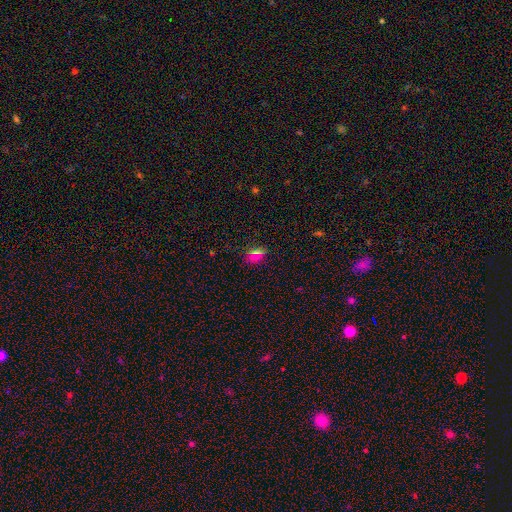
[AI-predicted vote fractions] Q: Smooth or featured?
A: smooth (61%); runner-up: star or artifact (30%)
Q: How rounded?
A: in between (54%); runner-up: round (39%)
Q: Merging?
A: none (81%); runner-up: minor disturbance (11%)